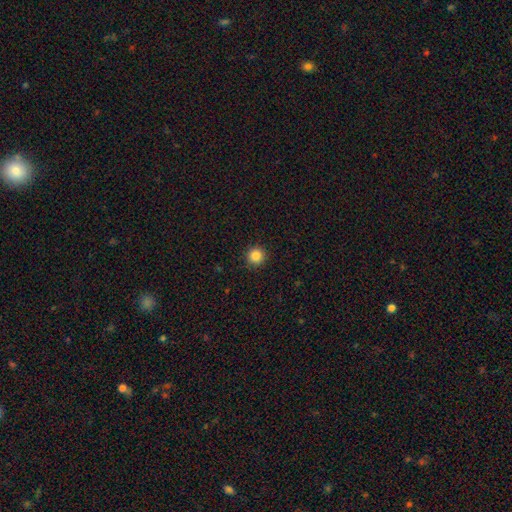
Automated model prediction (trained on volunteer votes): smooth-or-featured: smooth: 85% | star or artifact: 11% | featured or disk: 4%
  how-rounded: round: 95% | in between: 4% | cigar-shaped: 1%
  merging: none: 92% | minor disturbance: 5% | major disturbance: 2% | merger: 1%